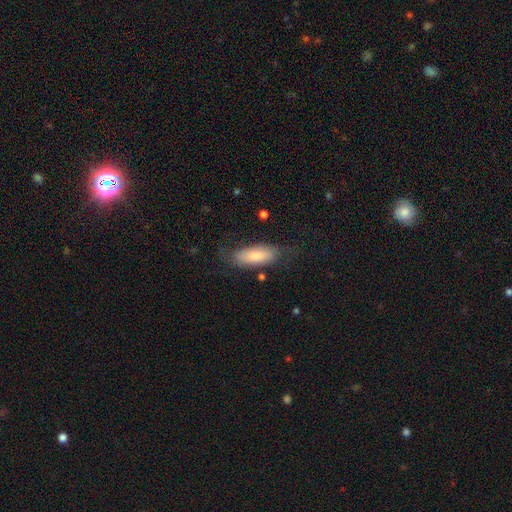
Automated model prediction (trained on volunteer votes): Smooth or featured? smooth (69%)
How rounded? in between (77%)
Merging? none (65%)